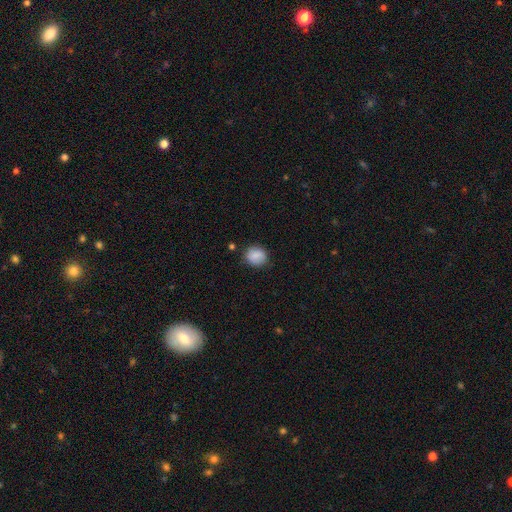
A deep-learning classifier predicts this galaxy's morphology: This appears to be a smooth galaxy with no disk features (84%) that is round (78%). Merging: none (81%).